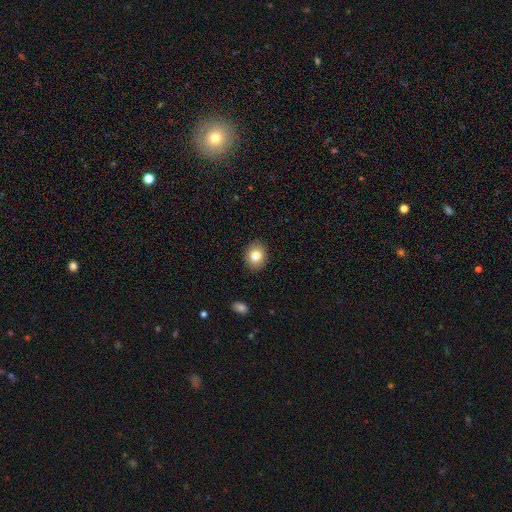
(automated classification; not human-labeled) Morphology: type=smooth (81%); roundness=in between (51%); merging=none (89%).